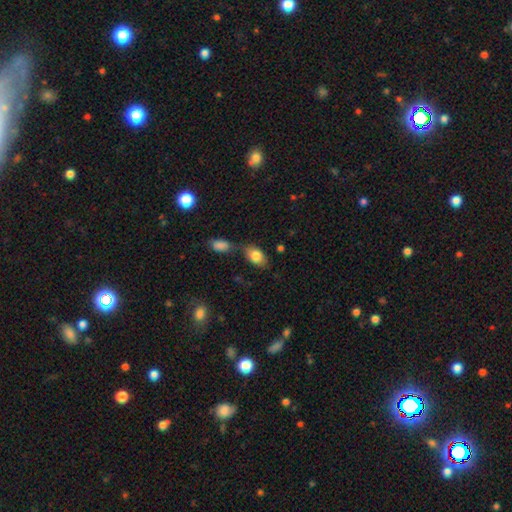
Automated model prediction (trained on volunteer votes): Overall: smooth (82%). How rounded: in between (88%). Merging: none (57%; merger 19%).